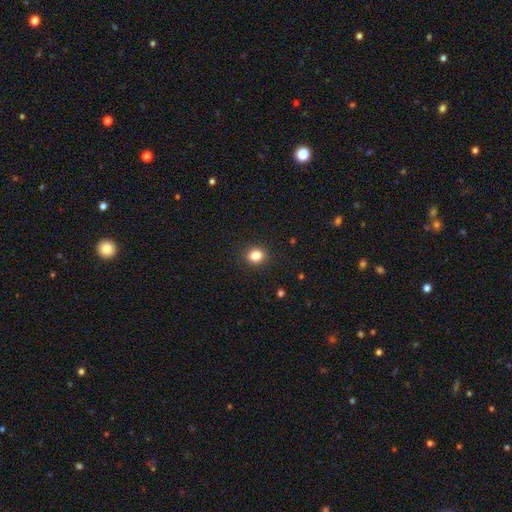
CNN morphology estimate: The model was most divided on "how rounded": round: 61%, in between: 38%, cigar-shaped: 1%. More confident: merging — none (90%); smooth or featured — smooth (84%).